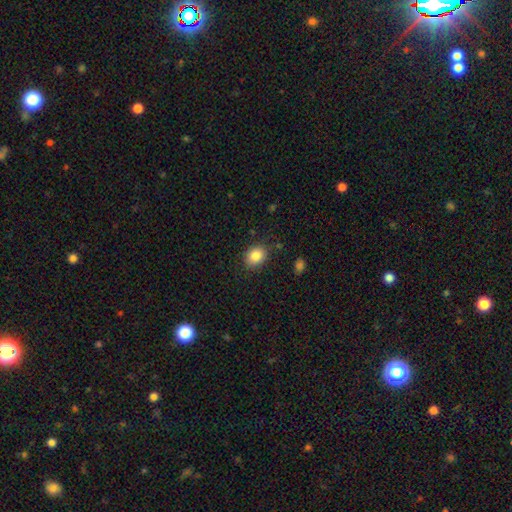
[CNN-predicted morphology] A smooth galaxy with no disk features (85%) that is in between round and cigar-shaped (53%). Merging: none (84%).